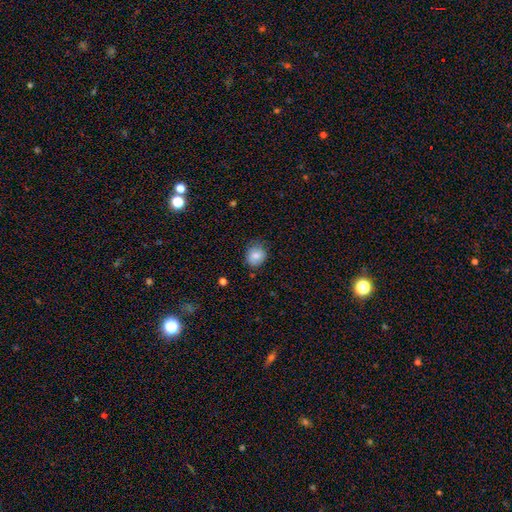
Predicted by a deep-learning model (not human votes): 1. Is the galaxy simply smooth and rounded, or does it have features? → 75% smooth, 16% featured or disk, 8% star or artifact.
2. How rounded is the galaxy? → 73% round, 26% in between, 1% cigar-shaped.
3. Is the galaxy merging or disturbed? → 72% none, 22% minor disturbance, 5% major disturbance, 1% merger.